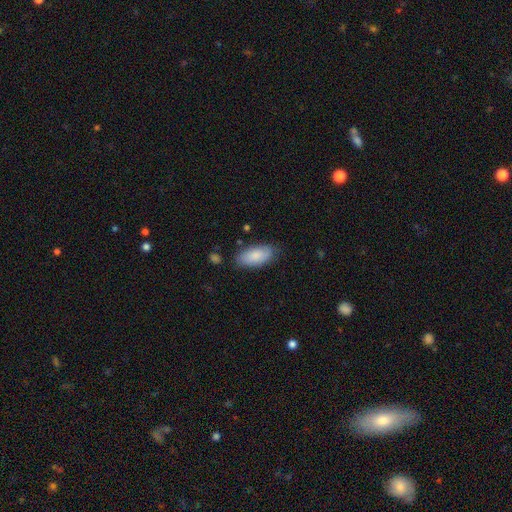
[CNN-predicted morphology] The model was most divided on "merging": none: 78%, minor disturbance: 17%, major disturbance: 3%, merger: 2%. More confident: how rounded — in between (90%); smooth or featured — smooth (83%).